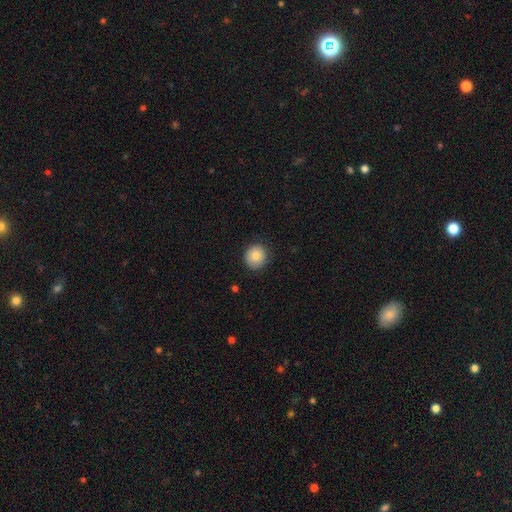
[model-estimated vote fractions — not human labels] Morphology: type=smooth (82%); roundness=round (92%); merging=none (87%).